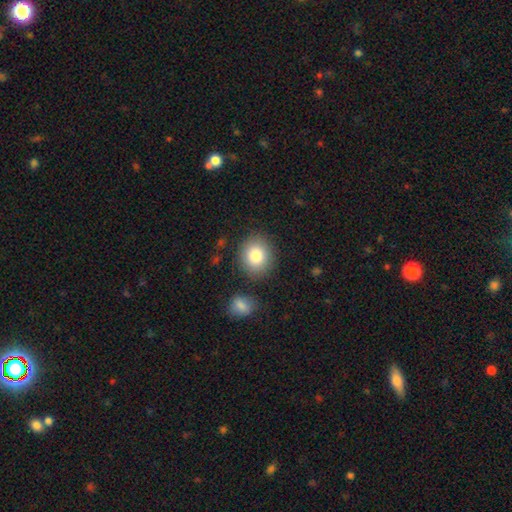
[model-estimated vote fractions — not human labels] Morphology: type=smooth (83%); roundness=round (76%); merging=none (83%).